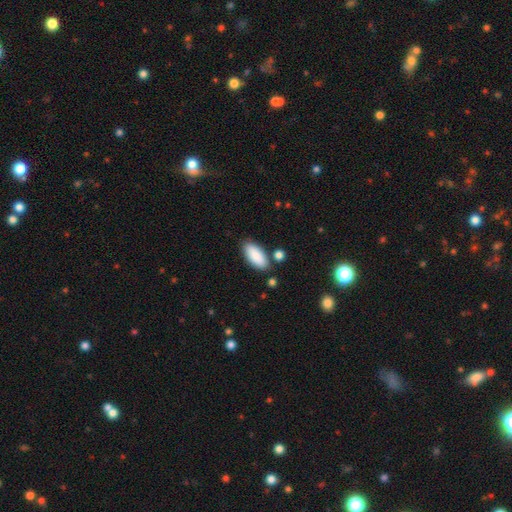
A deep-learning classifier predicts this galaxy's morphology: Smooth or featured? Predicted: smooth (p=0.89). How rounded? Predicted: in between (p=0.87). Merging? Predicted: none (p=0.81).